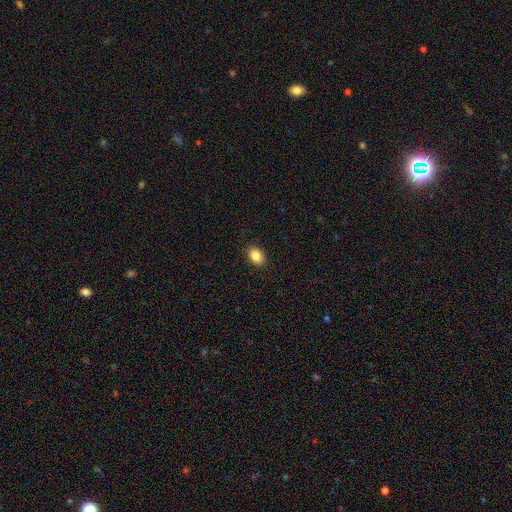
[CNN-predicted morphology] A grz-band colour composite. It shows a smooth galaxy with no disk features (86%) that is in between round and cigar-shaped (78%). Merging: none (89%).